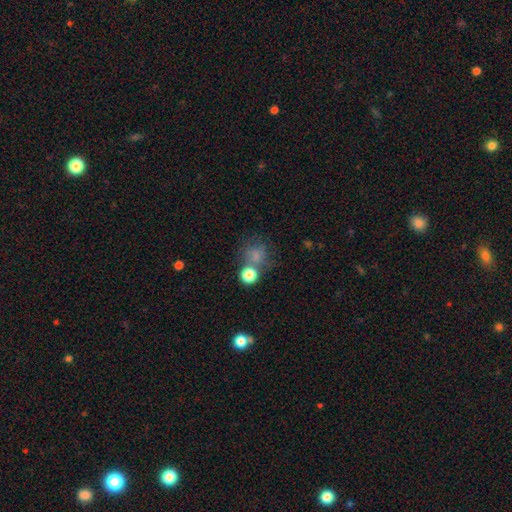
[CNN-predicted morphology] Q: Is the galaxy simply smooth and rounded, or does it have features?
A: smooth — 72%.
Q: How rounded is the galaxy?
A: round — 80%.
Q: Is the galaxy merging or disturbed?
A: none — 51%.